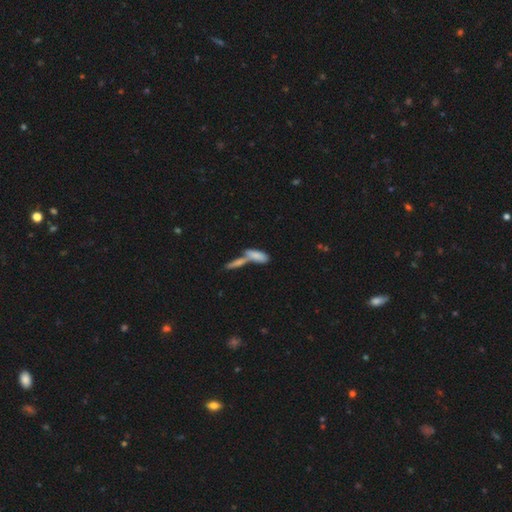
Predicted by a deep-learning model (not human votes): Smooth or featured? Predicted: smooth (p=0.75). How rounded? Predicted: in between (p=0.59). Merging? Predicted: merger (p=0.61).